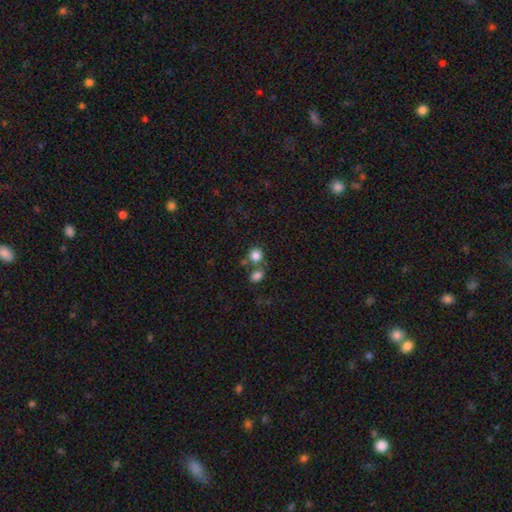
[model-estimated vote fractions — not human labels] Smooth or featured? Predicted: smooth (p=0.83). How rounded? Predicted: round (p=0.81). Merging? Predicted: none (p=0.58).